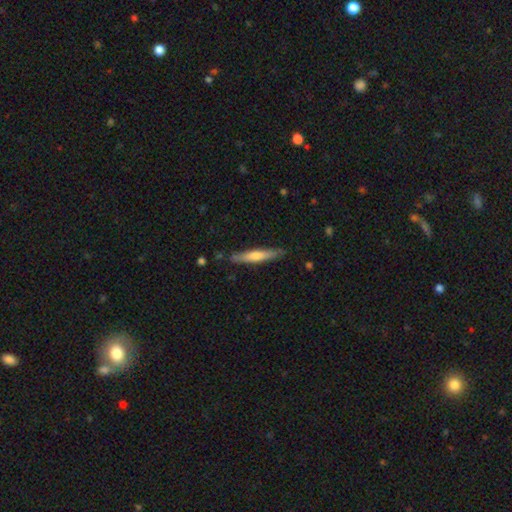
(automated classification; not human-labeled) Smooth or featured: smooth — 53% (featured or disk — 41%)
How rounded: cigar-shaped — 92% (in between — 7%)
Merging: none — 86% (minor disturbance — 11%)